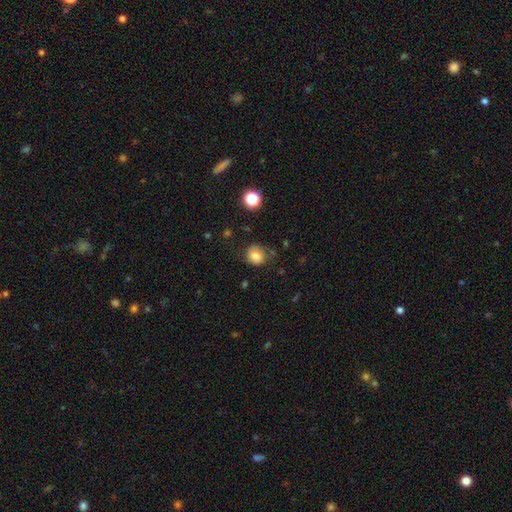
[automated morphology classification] A smooth galaxy with no disk features (76%) that is round (81%).

Vote fractions:
- Smooth or featured? smooth: 76% / featured or disk: 12% / star or artifact: 12%
- How rounded? round: 81% / in between: 18% / cigar-shaped: 1%
- Merging? none: 70% / minor disturbance: 20% / major disturbance: 6% / merger: 3%